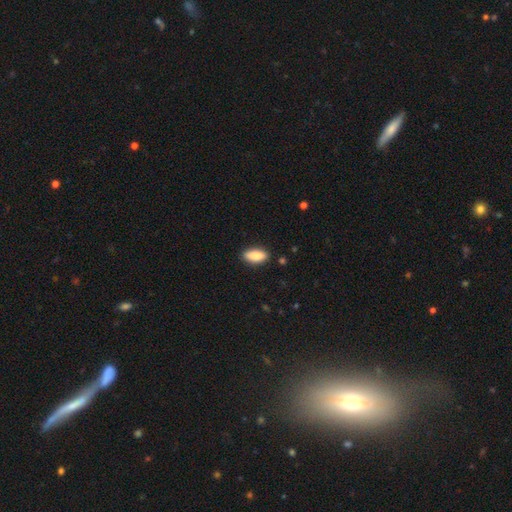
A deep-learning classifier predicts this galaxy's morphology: Smooth or featured? smooth (86%)
How rounded? in between (85%)
Merging? none (87%)